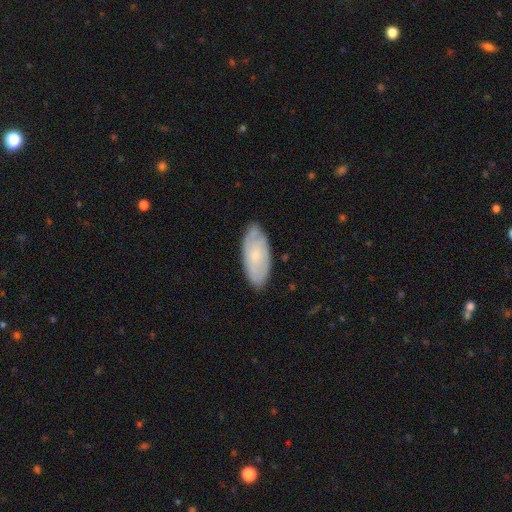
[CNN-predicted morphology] A smooth galaxy with no disk features (49%).

Vote fractions:
- Smooth or featured? smooth: 49% / featured or disk: 44% / star or artifact: 6%
- Merging? none: 80% / minor disturbance: 16% / major disturbance: 3% / merger: 1%